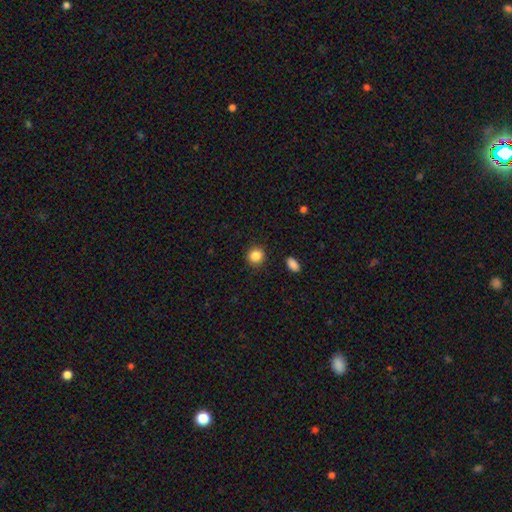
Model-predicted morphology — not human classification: This is clearly a smooth galaxy (86%). How rounded: clearly round (82%). Merging: clearly none (90%).